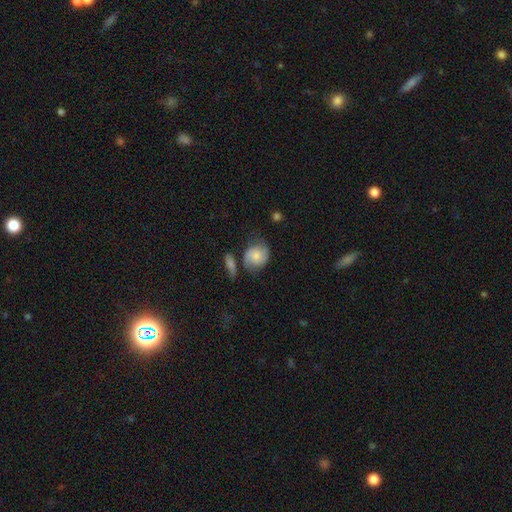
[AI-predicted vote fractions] The model was most divided on "smooth or featured": smooth: 52%, featured or disk: 40%, star or artifact: 8%. More confident: how rounded — round (64%); merging — none (51%).